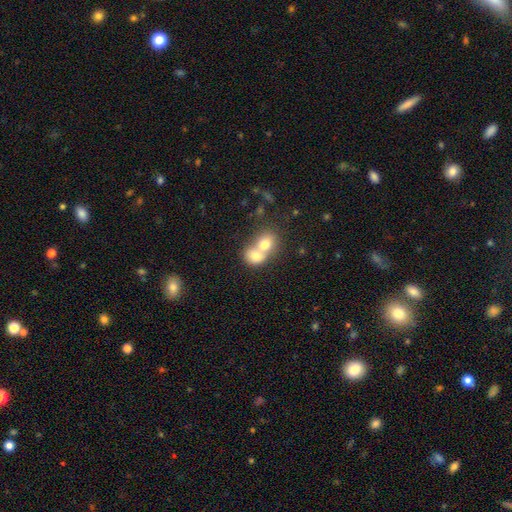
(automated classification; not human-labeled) Smooth or featured?
  - smooth: 73% *
  - featured or disk: 18%
  - star or artifact: 9%
How rounded?
  - round: 59% *
  - in between: 40%
  - cigar-shaped: 1%
Merging?
  - merger: 74% *
  - none: 18%
  - minor disturbance: 5%
  - major disturbance: 3%